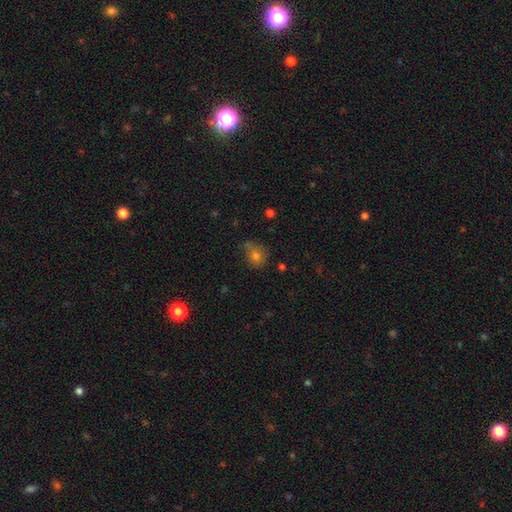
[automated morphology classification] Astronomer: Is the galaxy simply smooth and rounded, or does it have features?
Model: smooth — 71%.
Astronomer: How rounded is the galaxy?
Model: round — 67%.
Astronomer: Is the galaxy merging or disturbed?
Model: none — 59%.